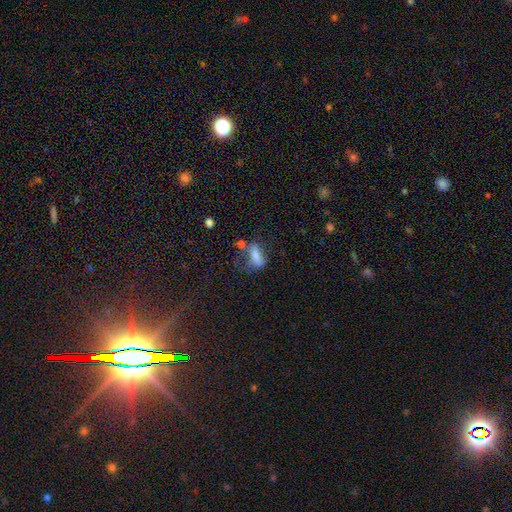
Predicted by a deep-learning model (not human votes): The model was most divided on "merging": major disturbance: 33%, none: 28%, minor disturbance: 24%, merger: 14%. More confident: how rounded — in between (74%); smooth or featured — smooth (70%).